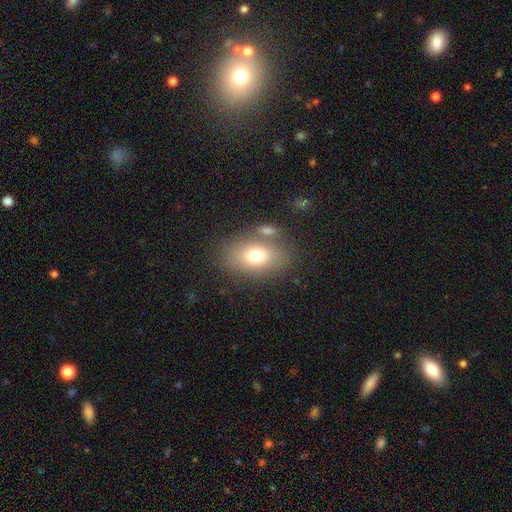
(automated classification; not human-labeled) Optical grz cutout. It shows a smooth galaxy with no disk features (73%) that is in between round and cigar-shaped (82%). Merging: none (67%).